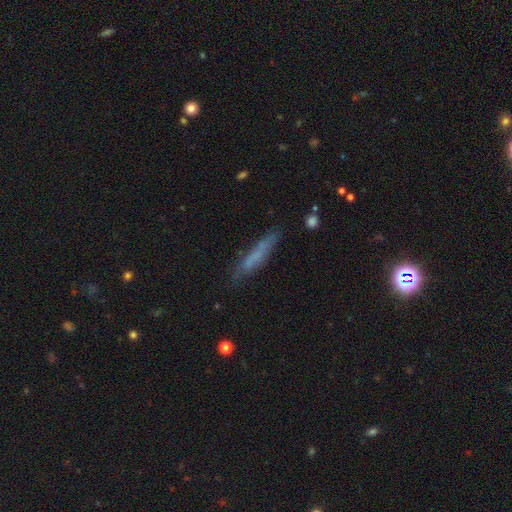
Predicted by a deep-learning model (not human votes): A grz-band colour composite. It shows a smooth galaxy with no disk features (60%) that is cigar-shaped (90%). Merging: none (73%).